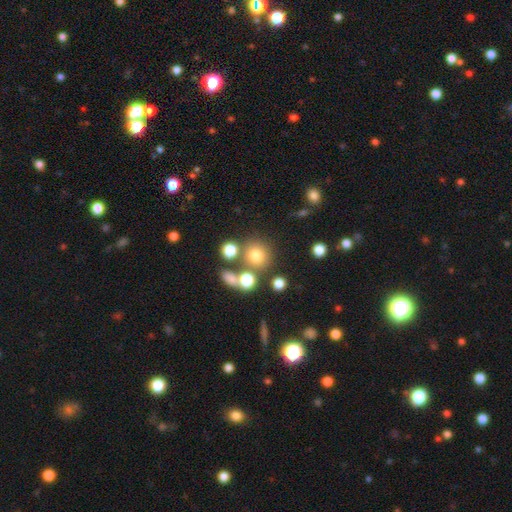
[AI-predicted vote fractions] Morphology: type=smooth (72%); roundness=round (87%); merging=none (68%).